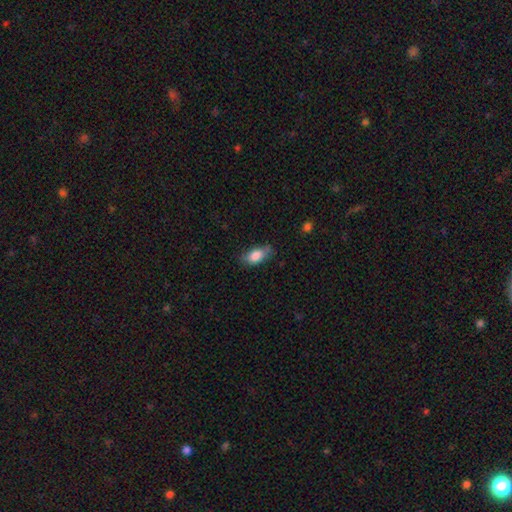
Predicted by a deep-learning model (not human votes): smooth 82%, featured or disk 11%, star or artifact 7%. Down the decision tree: how rounded — in between (87%); merging — none (68%).